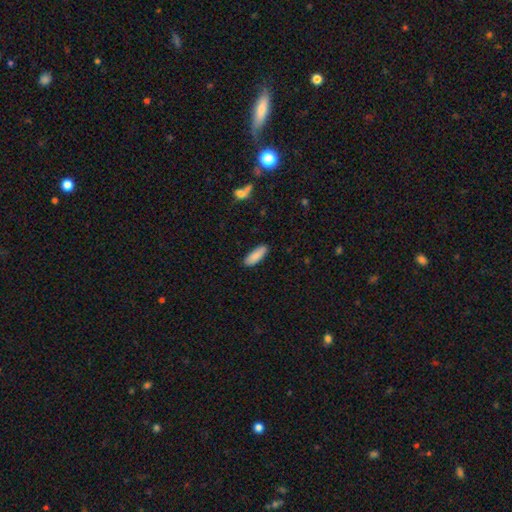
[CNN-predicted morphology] Smooth or featured?
  - smooth: 89% *
  - star or artifact: 6%
  - featured or disk: 5%
How rounded?
  - in between: 62% *
  - cigar-shaped: 37%
  - round: 2%
Merging?
  - none: 88% *
  - minor disturbance: 9%
  - major disturbance: 2%
  - merger: 1%